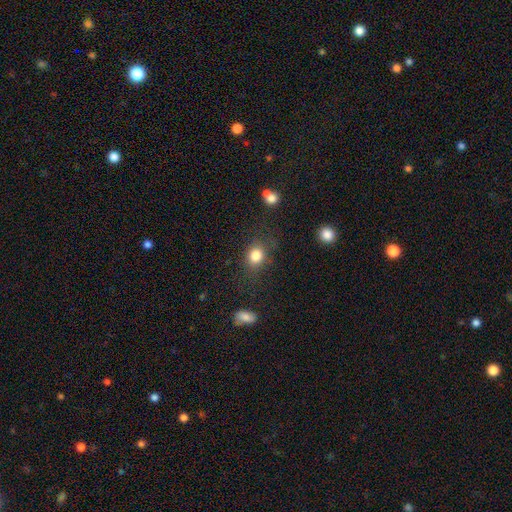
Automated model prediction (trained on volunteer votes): Smooth or featured?
  - smooth: 83% *
  - star or artifact: 11%
  - featured or disk: 7%
How rounded?
  - round: 62% *
  - in between: 36%
  - cigar-shaped: 1%
Merging?
  - none: 73% *
  - minor disturbance: 16%
  - major disturbance: 8%
  - merger: 3%